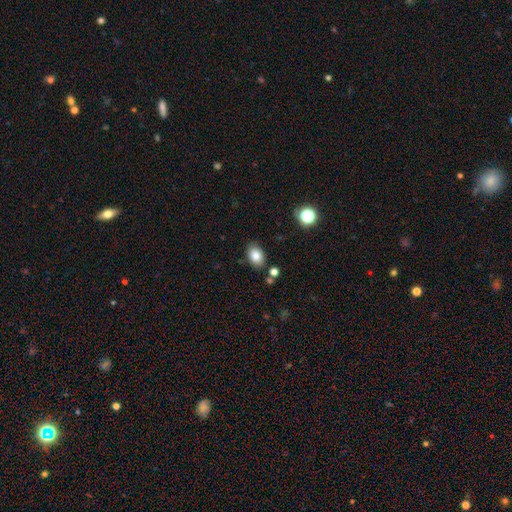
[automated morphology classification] type=smooth (81%); roundness=in between (79%); merging=none (81%).